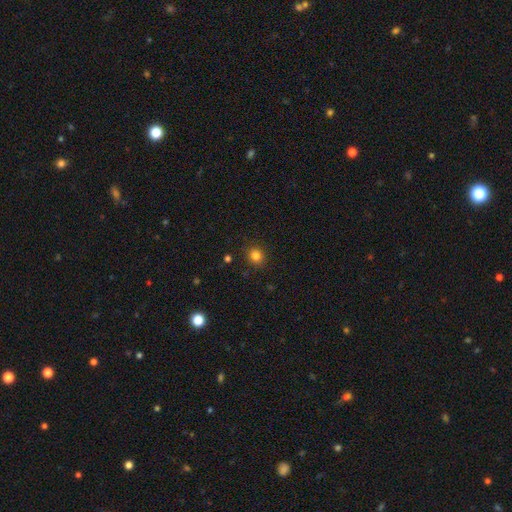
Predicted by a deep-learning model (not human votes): Smooth or featured? smooth (82%)
How rounded? round (76%)
Merging? none (89%)